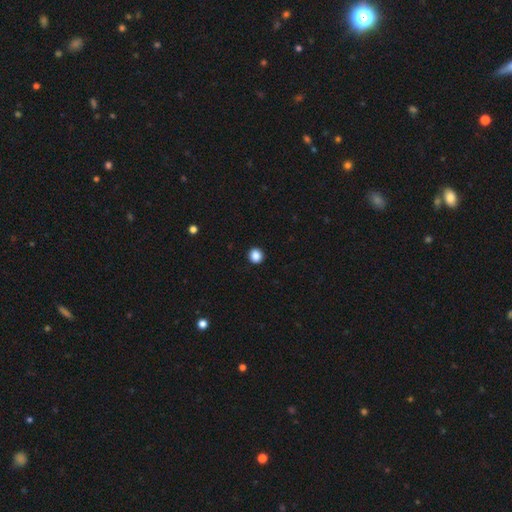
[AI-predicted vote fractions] smooth_or_featured: smooth (p=0.88) [alt: star or artifact p=0.10]
how_rounded: round (p=0.89) [alt: in between p=0.10]
merging: none (p=0.93) [alt: minor disturbance p=0.04]